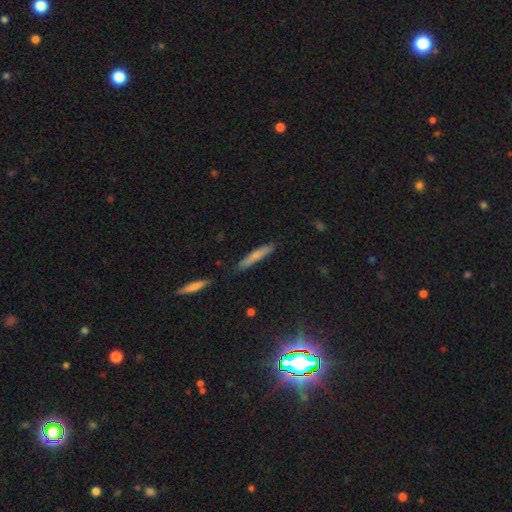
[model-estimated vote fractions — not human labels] Smooth or featured: smooth — 66% (featured or disk — 27%)
How rounded: cigar-shaped — 93% (in between — 6%)
Merging: none — 83% (minor disturbance — 13%)